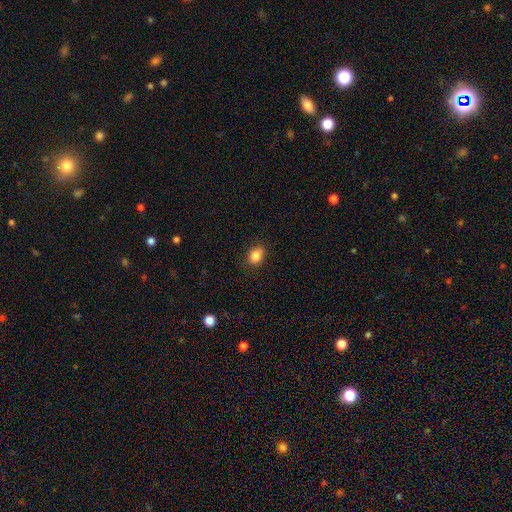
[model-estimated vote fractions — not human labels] Q: Smooth or featured?
A: smooth (85%); runner-up: star or artifact (10%)
Q: How rounded?
A: round (52%); runner-up: in between (47%)
Q: Merging?
A: none (86%); runner-up: minor disturbance (11%)